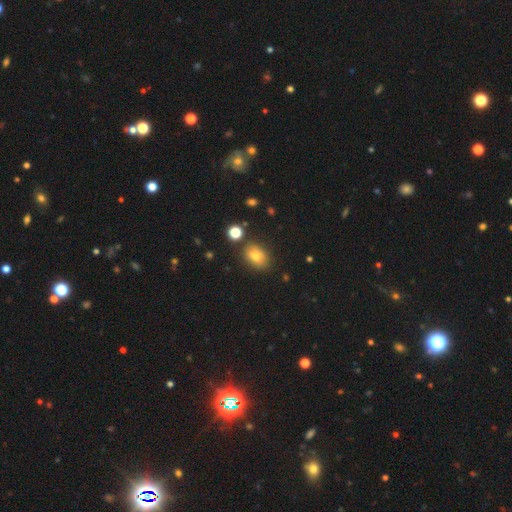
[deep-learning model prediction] smooth_or_featured: smooth (p=0.79) [alt: star or artifact p=0.11]
how_rounded: in between (p=0.74) [alt: round p=0.24]
merging: none (p=0.81) [alt: minor disturbance p=0.12]